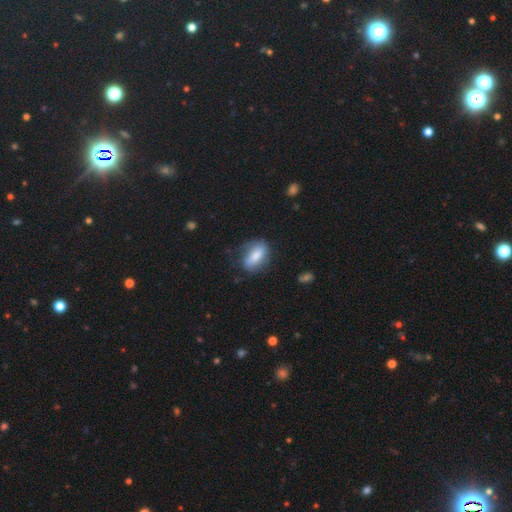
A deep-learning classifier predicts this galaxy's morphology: Smooth or featured? Predicted: smooth (p=0.74). How rounded? Predicted: in between (p=0.79). Merging? Predicted: none (p=0.70).